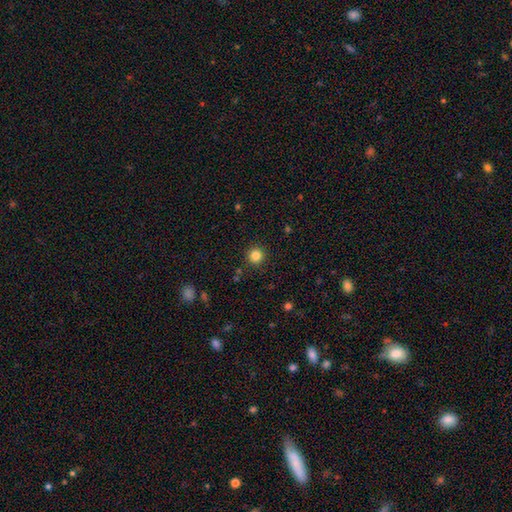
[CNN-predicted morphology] A smooth galaxy with no disk features (83%) that is round (95%).

Vote fractions:
- Smooth or featured? smooth: 83% / star or artifact: 12% / featured or disk: 5%
- How rounded? round: 95% / in between: 4% / cigar-shaped: 1%
- Merging? none: 91% / minor disturbance: 5% / major disturbance: 2% / merger: 1%